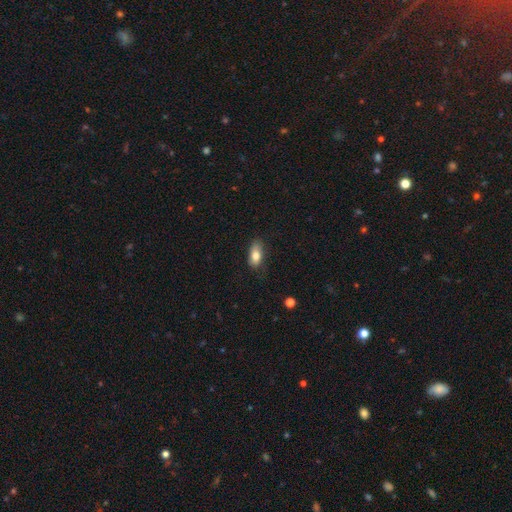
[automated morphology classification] A smooth galaxy with no disk features (79%) that is in between round and cigar-shaped (87%).

Vote fractions:
- Smooth or featured? smooth: 79% / featured or disk: 14% / star or artifact: 8%
- How rounded? in between: 87% / cigar-shaped: 8% / round: 5%
- Merging? none: 66% / minor disturbance: 26% / major disturbance: 6% / merger: 1%